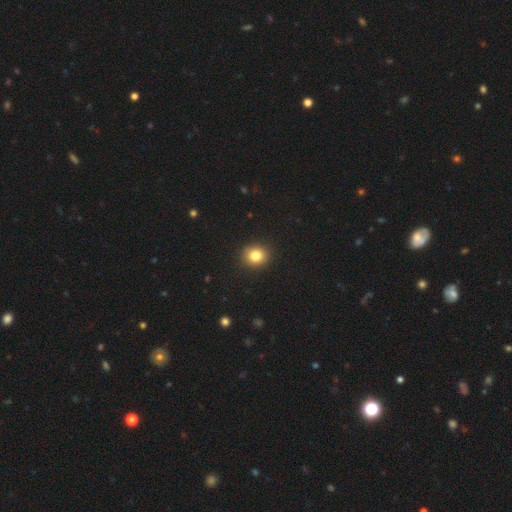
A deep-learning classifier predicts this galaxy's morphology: Q: Smooth or featured?
A: smooth (82%); runner-up: star or artifact (11%)
Q: How rounded?
A: round (79%); runner-up: in between (21%)
Q: Merging?
A: none (91%); runner-up: minor disturbance (6%)